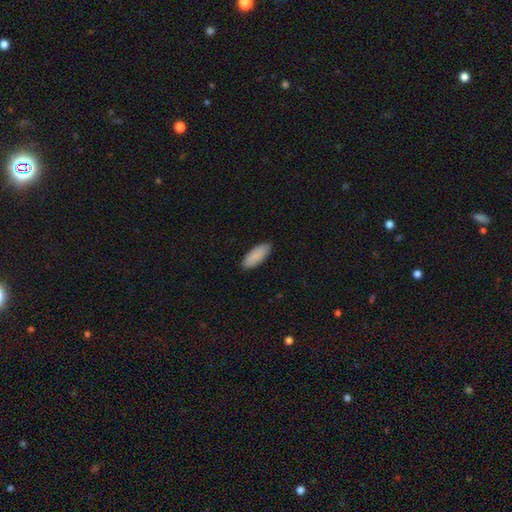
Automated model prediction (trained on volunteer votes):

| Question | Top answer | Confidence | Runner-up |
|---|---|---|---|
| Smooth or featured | smooth | 89% | star or artifact (6%) |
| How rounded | in between | 76% | cigar-shaped (23%) |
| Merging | none | 89% | minor disturbance (9%) |